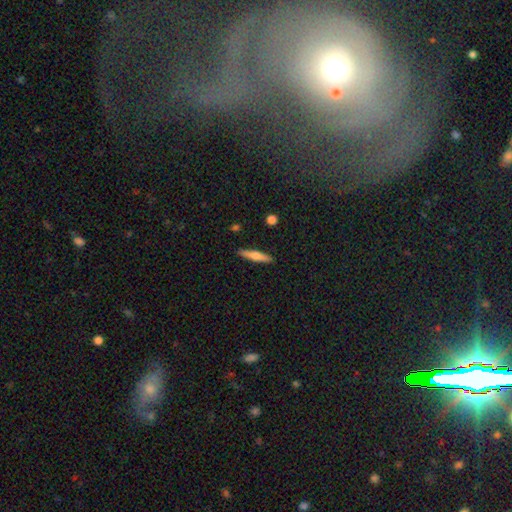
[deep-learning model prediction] Overall: smooth (58%; featured or disk 35%). How rounded: cigar-shaped (89%). Merging: none (90%).